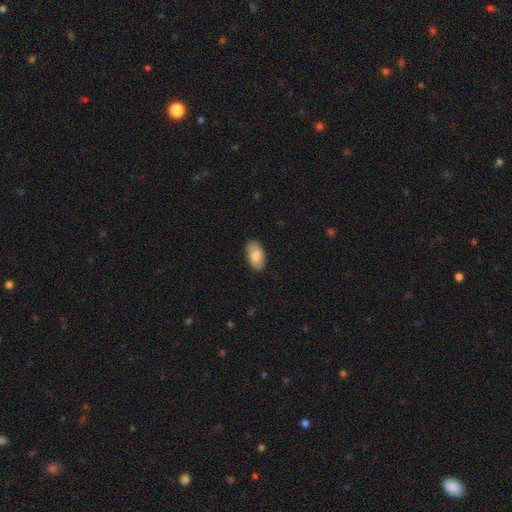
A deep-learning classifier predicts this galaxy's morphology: This is clearly a smooth galaxy (81%). How rounded: clearly in between (95%). Merging: clearly none (87%).